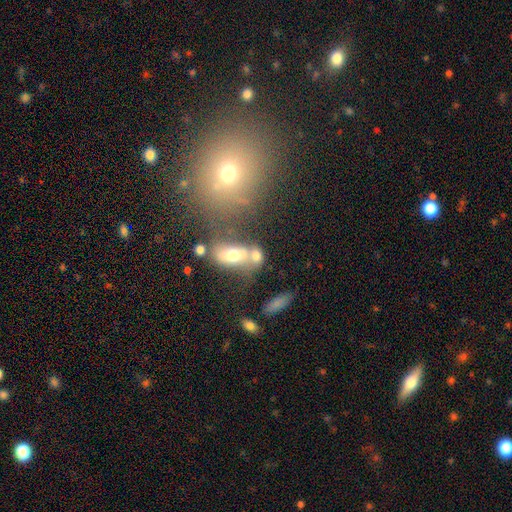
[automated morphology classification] The model was most divided on "merging": merger: 46%, none: 31%, minor disturbance: 13%, major disturbance: 9%. More confident: how rounded — in between (76%); smooth or featured — smooth (61%).